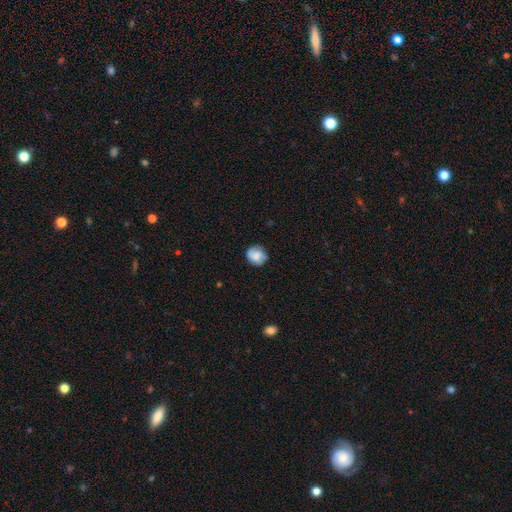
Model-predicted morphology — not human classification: Smooth or featured? Predicted: smooth (p=0.69). How rounded? Predicted: round (p=0.76). Merging? Predicted: none (p=0.72).